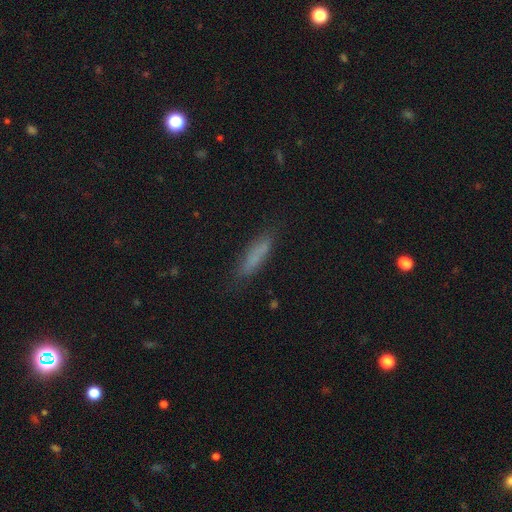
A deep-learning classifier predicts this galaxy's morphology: Overall: smooth (74%). How rounded: cigar-shaped (77%). Merging: none (79%).